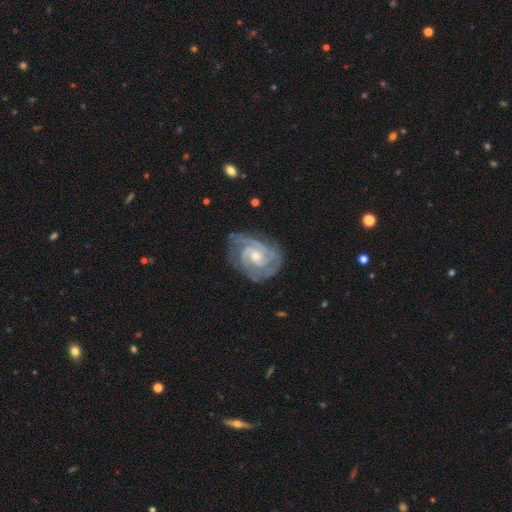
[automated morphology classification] Smooth or featured?
  - featured or disk: 91% *
  - smooth: 5%
  - star or artifact: 4%
Edge-on disk?
  - no: 98% *
  - yes: 2%
Bar?
  - no: 60% *
  - weak: 33%
  - strong: 7%
Spiral arms?
  - yes: 98% *
  - no: 2%
Spiral winding?
  - tight: 66% *
  - medium: 30%
  - loose: 4%
Spiral arm count?
  - 2: 41% *
  - 3: 32%
  - can't tell: 13%
  - 4: 6%
  - 1: 4%
  - more than 4: 4%
Bulge size?
  - moderate: 48% * (tied)
  - small: 48% * (tied)
  - large: 2%
  - none: 1%
  - dominant: 1%
Merging?
  - none: 72% *
  - minor disturbance: 20%
  - major disturbance: 7%
  - merger: 1%